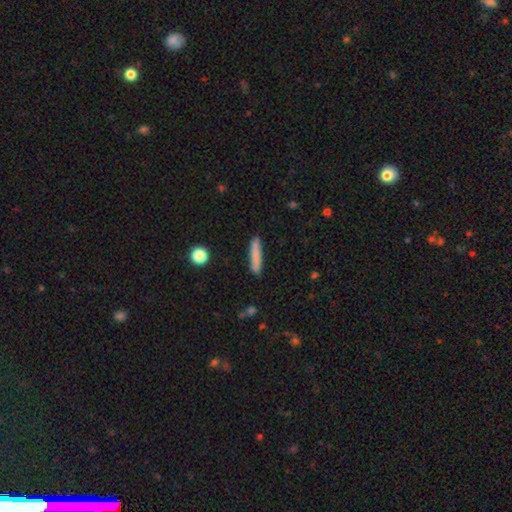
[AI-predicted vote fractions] The model was most divided on "smooth or featured": smooth: 79%, featured or disk: 14%, star or artifact: 7%. More confident: how rounded — cigar-shaped (92%); merging — none (86%).